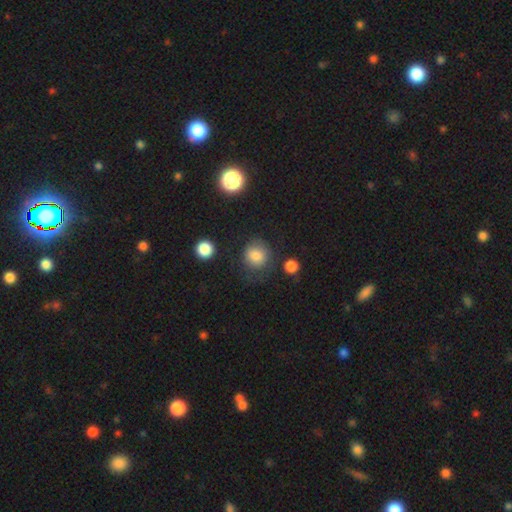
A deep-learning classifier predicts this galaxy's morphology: Overall: smooth (82%). How rounded: round (83%). Merging: none (68%).